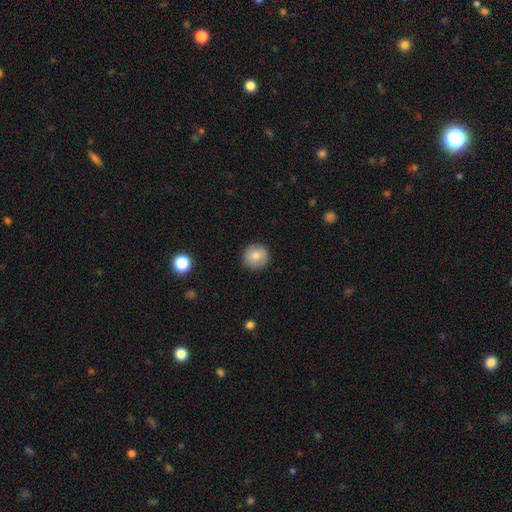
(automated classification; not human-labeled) Smooth or featured?
  - smooth: 81% *
  - featured or disk: 11%
  - star or artifact: 8%
How rounded?
  - round: 92% *
  - in between: 7%
  - cigar-shaped: 1%
Merging?
  - none: 88% *
  - minor disturbance: 8%
  - major disturbance: 2%
  - merger: 1%